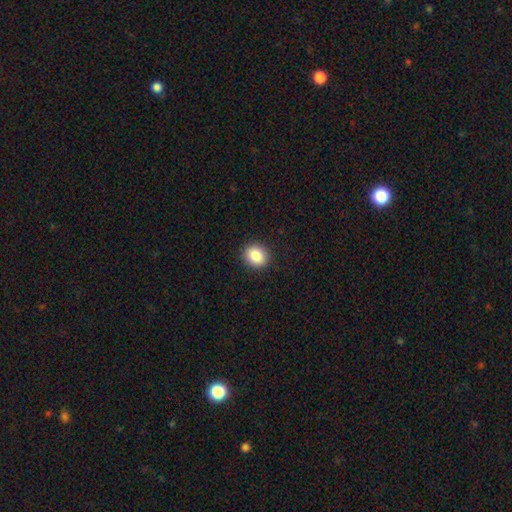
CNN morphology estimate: A smooth galaxy with no disk features (87%) that is round (63%).

Vote fractions:
- Smooth or featured? smooth: 87% / star or artifact: 8% / featured or disk: 5%
- How rounded? round: 63% / in between: 36% / cigar-shaped: 1%
- Merging? none: 90% / minor disturbance: 7% / major disturbance: 2% / merger: 1%